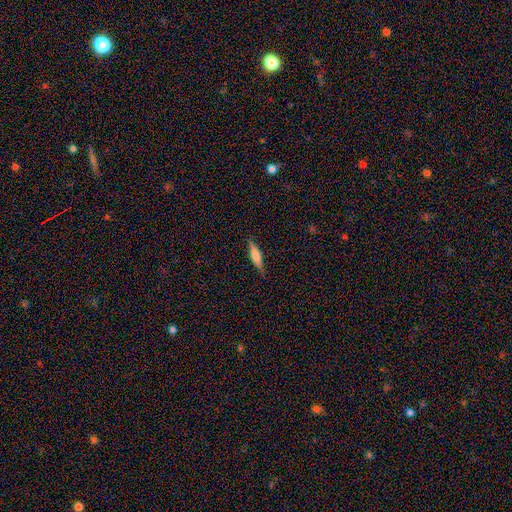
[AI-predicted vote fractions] Smooth or featured? Predicted: smooth (p=0.53). How rounded? Predicted: cigar-shaped (p=0.79). Merging? Predicted: none (p=0.85).